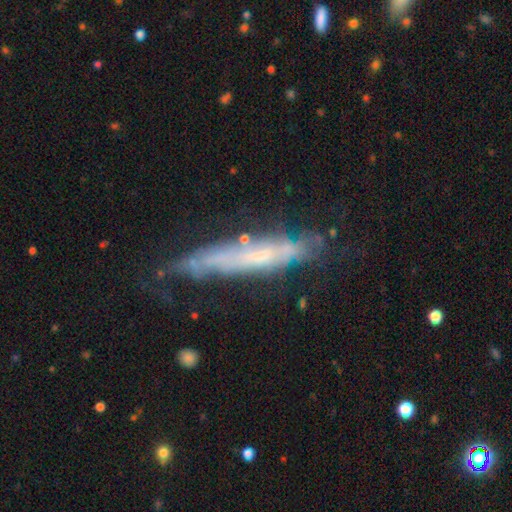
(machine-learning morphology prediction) smooth-or-featured: featured or disk: 63% | smooth: 29% | star or artifact: 9%
  disk-edge-on: yes: 70% | no: 30%
  merging: none: 59% | minor disturbance: 26% | major disturbance: 12% | merger: 3%